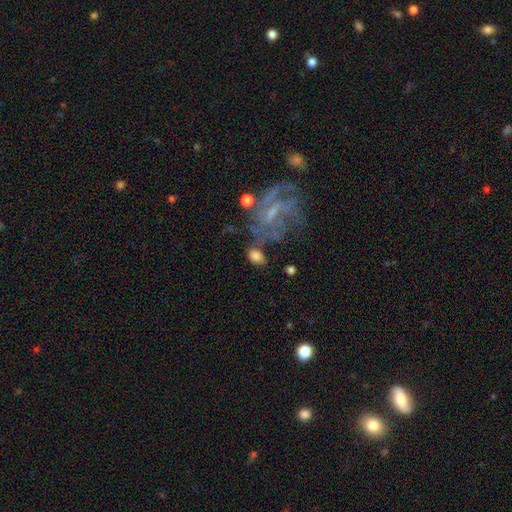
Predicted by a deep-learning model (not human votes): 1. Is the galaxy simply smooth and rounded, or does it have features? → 70% smooth, 20% featured or disk, 10% star or artifact.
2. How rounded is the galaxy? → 78% in between, 19% round, 2% cigar-shaped.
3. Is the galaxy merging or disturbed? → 52% none, 20% minor disturbance, 15% major disturbance, 13% merger.